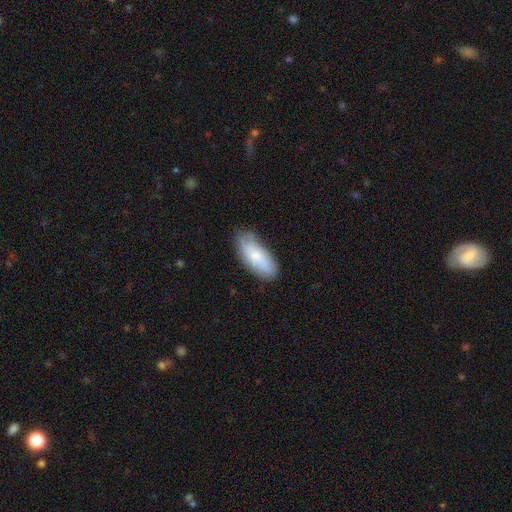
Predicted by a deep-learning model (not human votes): This appears to be a smooth galaxy with no disk features (71%) that is in between round and cigar-shaped (82%). Merging: none (77%).